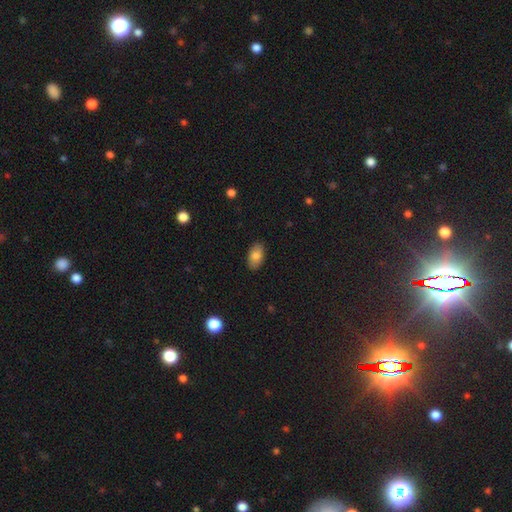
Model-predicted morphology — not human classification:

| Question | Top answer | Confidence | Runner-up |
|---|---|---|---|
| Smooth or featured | smooth | 83% | featured or disk (10%) |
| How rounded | in between | 93% | round (5%) |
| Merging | none | 88% | minor disturbance (9%) |